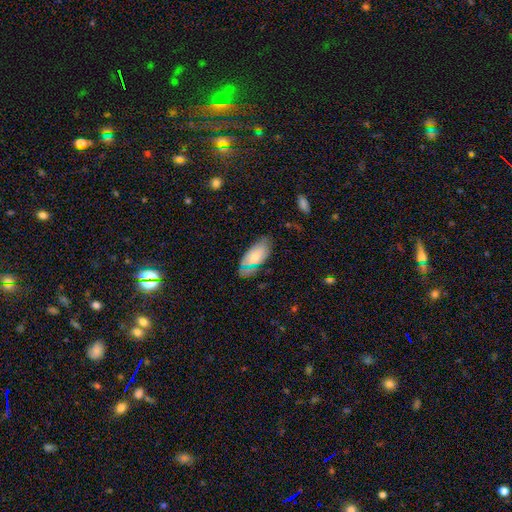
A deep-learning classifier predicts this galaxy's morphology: Smooth or featured?
  - smooth: 65% *
  - featured or disk: 27%
  - star or artifact: 8%
How rounded?
  - in between: 91% *
  - cigar-shaped: 6%
  - round: 3%
Merging?
  - none: 63% *
  - minor disturbance: 28%
  - major disturbance: 7%
  - merger: 2%